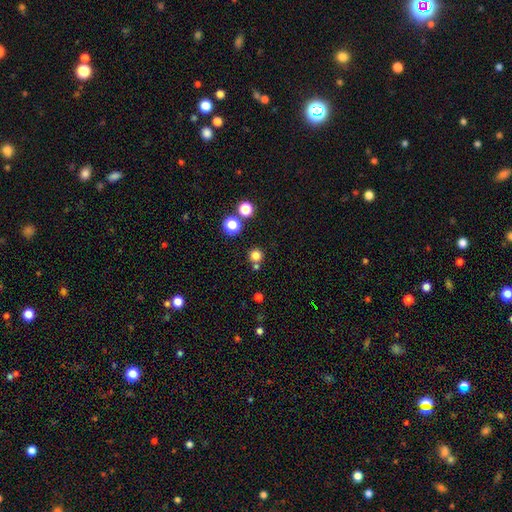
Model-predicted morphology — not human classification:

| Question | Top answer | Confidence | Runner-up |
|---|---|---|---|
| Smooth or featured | smooth | 77% | star or artifact (17%) |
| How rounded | round | 95% | in between (4%) |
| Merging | none | 76% | merger (15%) |